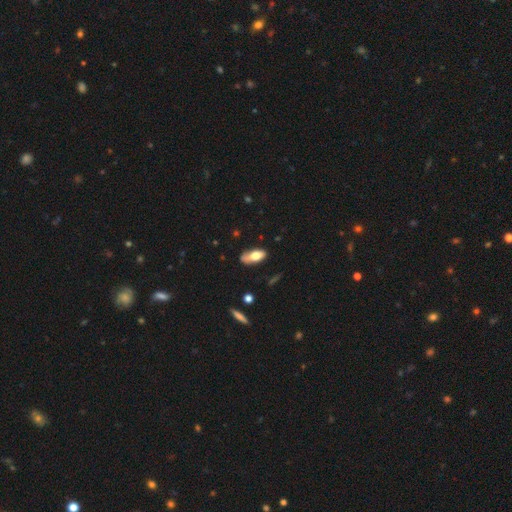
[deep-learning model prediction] Smooth or featured? smooth (68%)
How rounded? in between (84%)
Merging? none (60%)